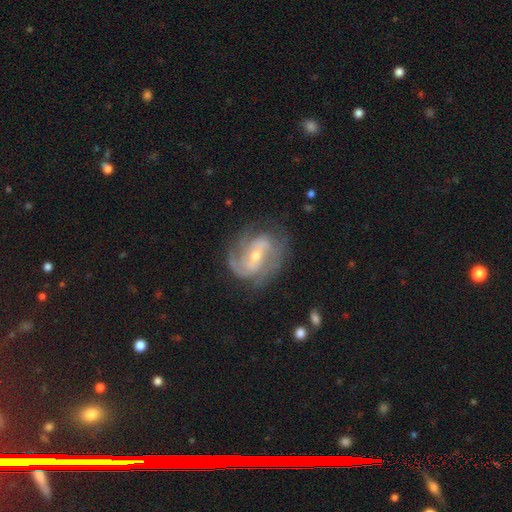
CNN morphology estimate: Smooth or featured? Predicted: featured or disk (p=0.87). Edge-on disk? Predicted: no (p=0.97). Bar? Predicted: weak (p=0.44). Spiral arms? Predicted: yes (p=0.95). Spiral winding? Predicted: medium (p=0.44). Spiral arm count? Predicted: 2 (p=0.50). Bulge size? Predicted: small (p=0.55). Merging? Predicted: none (p=0.68).